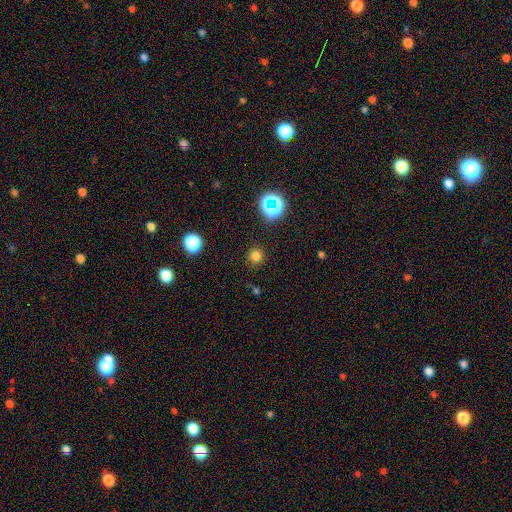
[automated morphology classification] Smooth or featured: smooth — 75% (star or artifact — 20%)
How rounded: round — 93% (in between — 6%)
Merging: none — 89% (minor disturbance — 7%)